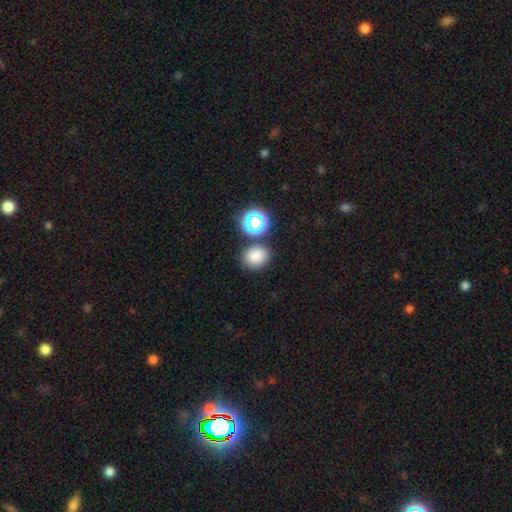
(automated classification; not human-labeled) Smooth or featured? Predicted: smooth (p=0.79). How rounded? Predicted: round (p=0.69). Merging? Predicted: none (p=0.76).